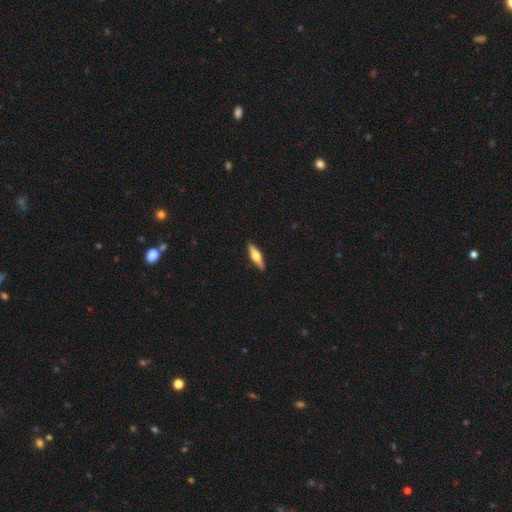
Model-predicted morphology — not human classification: type=featured or disk (59%); edge-on=yes (96%); edge-on bulge=rounded (94%); merging=none (91%).